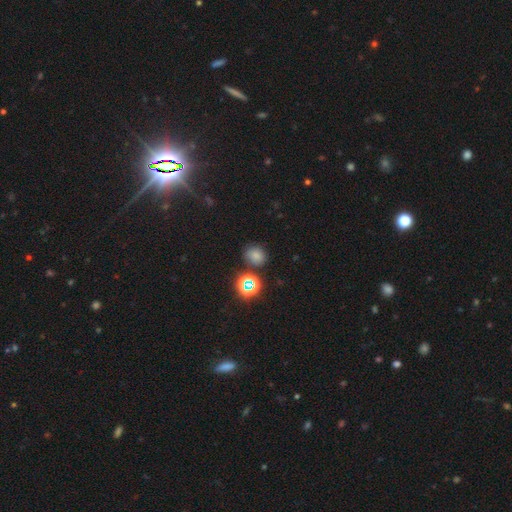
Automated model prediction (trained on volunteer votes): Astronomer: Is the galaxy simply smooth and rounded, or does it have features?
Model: smooth — 69%.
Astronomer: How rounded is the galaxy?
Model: round — 66%.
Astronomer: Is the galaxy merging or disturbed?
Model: none — 75%.